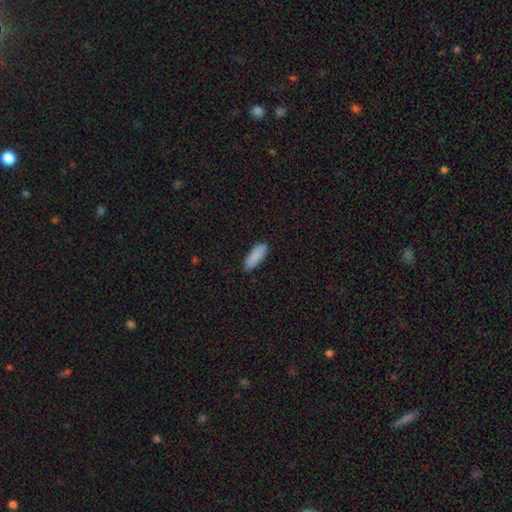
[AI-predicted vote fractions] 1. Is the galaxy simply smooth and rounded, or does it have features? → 89% smooth, 6% star or artifact, 6% featured or disk.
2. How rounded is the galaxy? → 63% in between, 35% cigar-shaped, 2% round.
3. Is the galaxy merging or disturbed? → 87% none, 10% minor disturbance, 2% major disturbance, 1% merger.